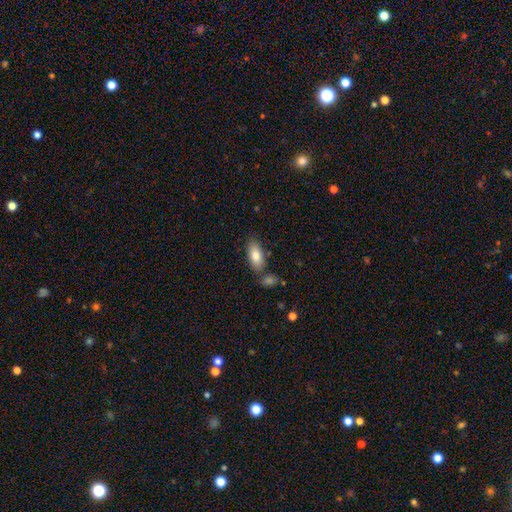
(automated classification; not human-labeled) This appears to be a smooth galaxy with no disk features (82%) that is in between round and cigar-shaped (87%). Merging: none (73%).